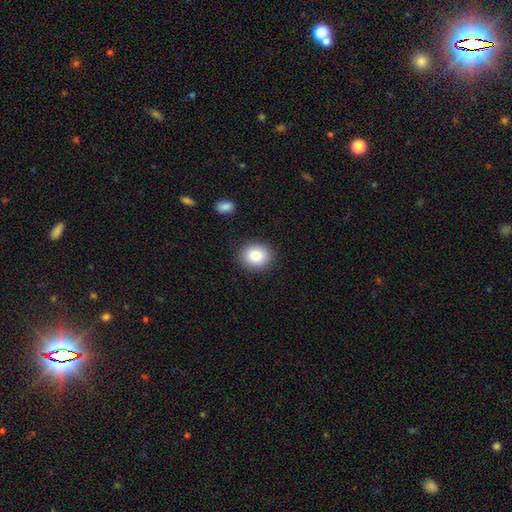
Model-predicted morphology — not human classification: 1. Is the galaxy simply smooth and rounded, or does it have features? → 85% smooth, 8% star or artifact, 6% featured or disk.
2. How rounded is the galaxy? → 67% round, 32% in between, 1% cigar-shaped.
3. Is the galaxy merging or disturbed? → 88% none, 8% minor disturbance, 2% major disturbance, 1% merger.